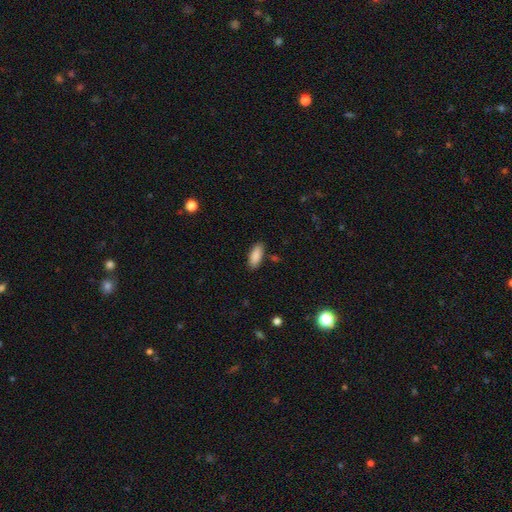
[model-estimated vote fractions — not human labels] smooth_or_featured: smooth (p=0.89) [alt: star or artifact p=0.06]
how_rounded: in between (p=0.79) [alt: cigar-shaped p=0.20]
merging: none (p=0.85) [alt: minor disturbance p=0.10]